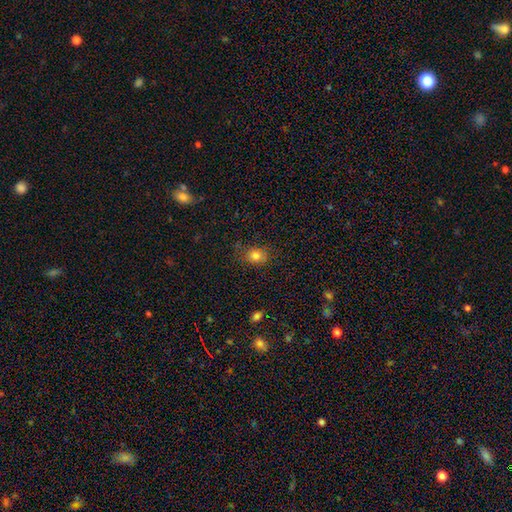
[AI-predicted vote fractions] The model was most divided on "how rounded": round: 57%, in between: 42%, cigar-shaped: 1%. More confident: smooth or featured — smooth (80%); merging — none (78%).